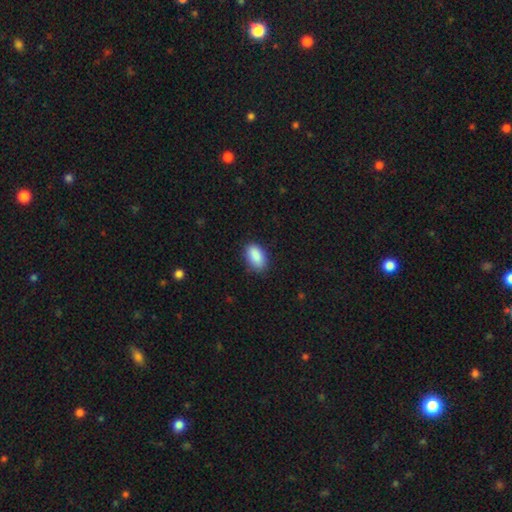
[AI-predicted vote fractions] The model was most divided on "merging": none: 84%, minor disturbance: 13%, major disturbance: 3%, merger: 1%. More confident: how rounded — in between (93%); smooth or featured — smooth (90%).